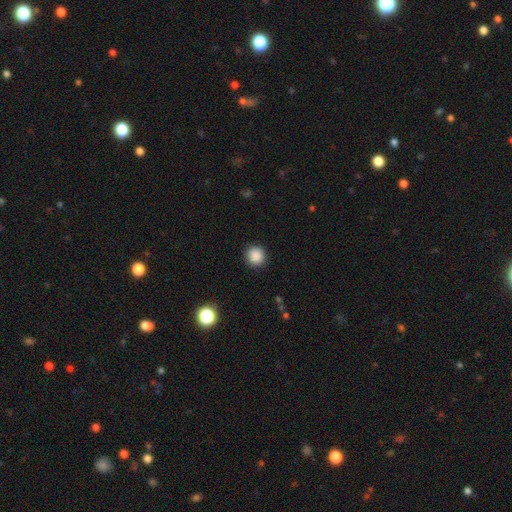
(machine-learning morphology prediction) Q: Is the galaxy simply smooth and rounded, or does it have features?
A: smooth — 87%.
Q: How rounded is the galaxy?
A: round — 93%.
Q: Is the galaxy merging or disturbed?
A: none — 91%.